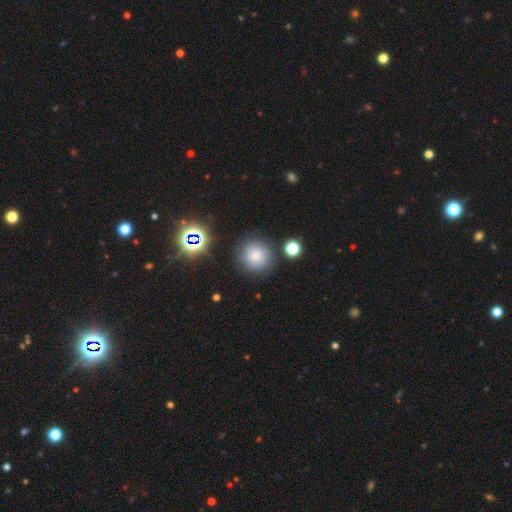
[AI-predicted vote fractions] Overall: smooth (74%). How rounded: round (92%). Merging: none (82%).